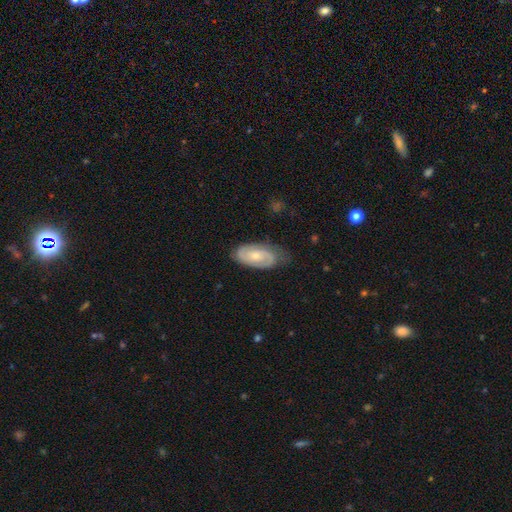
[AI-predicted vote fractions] smooth-or-featured: featured or disk: 72% | smooth: 23% | star or artifact: 5%
  disk-edge-on: no: 95% | yes: 5%
    bar: no: 59% | weak: 34% | strong: 7%
    has-spiral-arms: yes: 93% | no: 7%
      spiral-winding: tight: 47% | medium: 40% | loose: 13%
      spiral-arm-count: 2: 77% | can't tell: 13% | 1: 5% | 3: 3% | 4: 1% | more than 4: 1%
    bulge-size: small: 52% | moderate: 42% | none: 3% | large: 2% | dominant: 1%
  merging: none: 68% | minor disturbance: 24% | major disturbance: 7% | merger: 1%